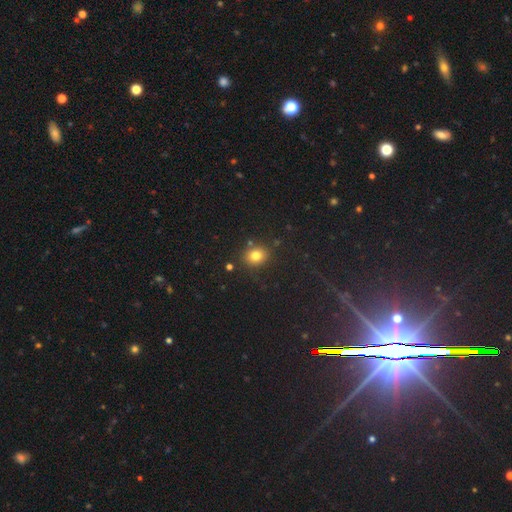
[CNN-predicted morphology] Smooth or featured: smooth — 80% (star or artifact — 13%)
How rounded: round — 66% (in between — 33%)
Merging: none — 83% (minor disturbance — 10%)